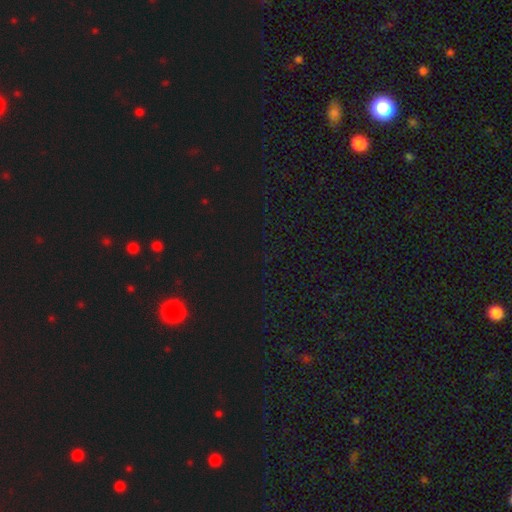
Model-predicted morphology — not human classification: The model was most divided on "smooth or featured": star or artifact: 77%, smooth: 16%, featured or disk: 7%.